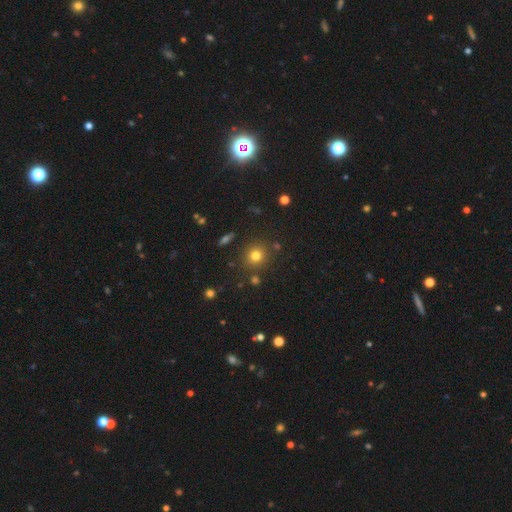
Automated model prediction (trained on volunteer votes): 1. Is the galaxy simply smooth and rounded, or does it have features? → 76% smooth, 16% star or artifact, 8% featured or disk.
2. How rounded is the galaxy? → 87% round, 12% in between, 1% cigar-shaped.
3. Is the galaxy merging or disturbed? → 83% none, 9% minor disturbance, 5% merger, 3% major disturbance.